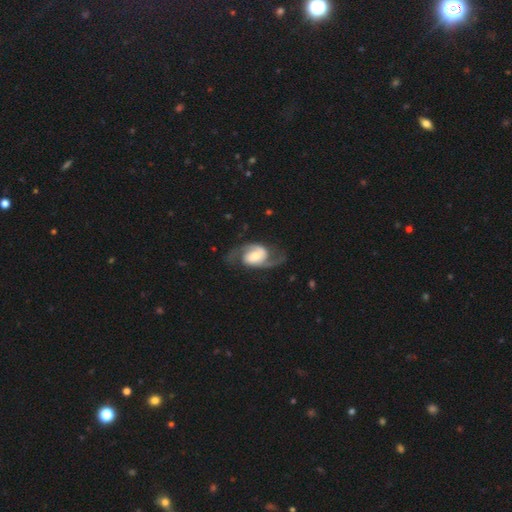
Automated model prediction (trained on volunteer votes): Smooth or featured? Predicted: featured or disk (p=0.87). Edge-on disk? Predicted: no (p=0.97). Bar? Predicted: weak (p=0.41). Spiral arms? Predicted: yes (p=0.96). Spiral winding? Predicted: medium (p=0.48). Spiral arm count? Predicted: 2 (p=0.92). Bulge size? Predicted: moderate (p=0.41). Merging? Predicted: none (p=0.72).